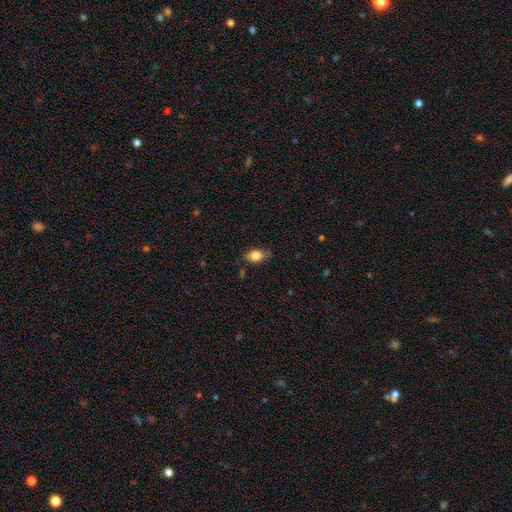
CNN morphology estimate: This appears to be a smooth galaxy with no disk features (82%) that is in between round and cigar-shaped (79%). Merging: none (73%).